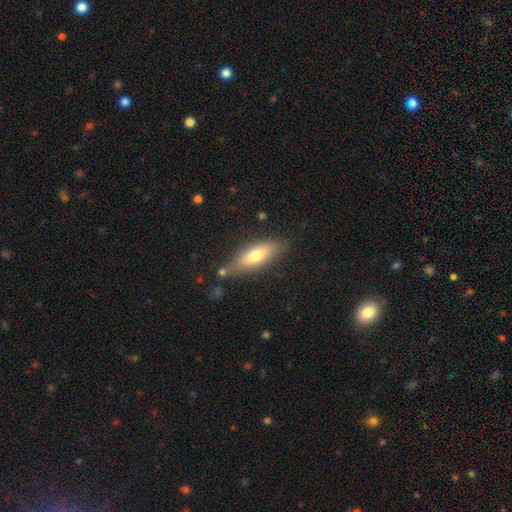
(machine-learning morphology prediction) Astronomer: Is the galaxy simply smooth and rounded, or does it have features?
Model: smooth — 63%.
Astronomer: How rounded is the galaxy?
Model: in between — 52% (runner-up: cigar-shaped, 46%).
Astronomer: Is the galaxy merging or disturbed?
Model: none — 75%.